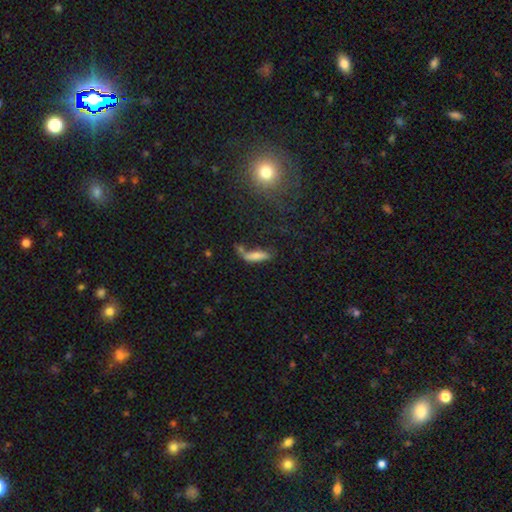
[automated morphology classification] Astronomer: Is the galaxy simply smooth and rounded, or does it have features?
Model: smooth — 73%.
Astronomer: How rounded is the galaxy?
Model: cigar-shaped — 63%.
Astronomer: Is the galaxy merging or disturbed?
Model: none — 39% (runner-up: merger, 24%).